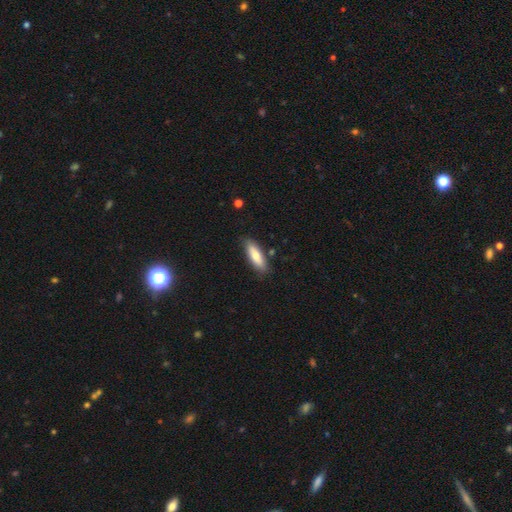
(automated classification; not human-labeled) A smooth galaxy with no disk features (75%) that is cigar-shaped (53%). Merging: none (84%).